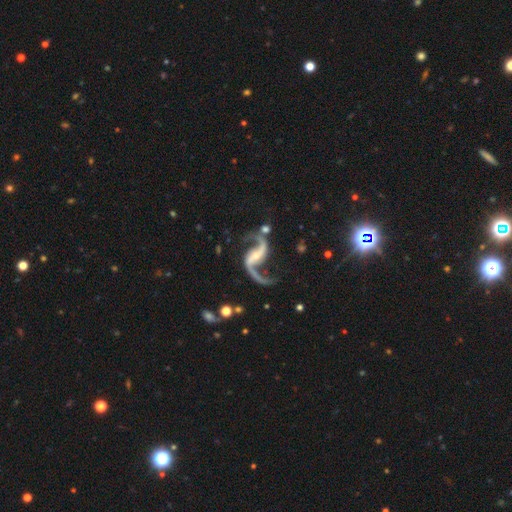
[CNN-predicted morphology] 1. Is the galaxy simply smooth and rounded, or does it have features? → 93% featured or disk, 4% star or artifact, 3% smooth.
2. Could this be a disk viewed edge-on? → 98% no, 2% yes.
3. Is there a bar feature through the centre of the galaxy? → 40% strong, 33% weak, 27% no.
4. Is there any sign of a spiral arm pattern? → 98% yes, 2% no.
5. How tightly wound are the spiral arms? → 80% loose, 16% medium, 4% tight.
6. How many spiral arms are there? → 94% 2, 2% 1, 1% can't tell, 1% 3, 1% 4, 1% more than 4.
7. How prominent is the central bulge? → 66% small, 24% moderate, 5% none, 3% large, 1% dominant.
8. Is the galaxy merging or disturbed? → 68% none, 15% minor disturbance, 11% major disturbance, 6% merger.